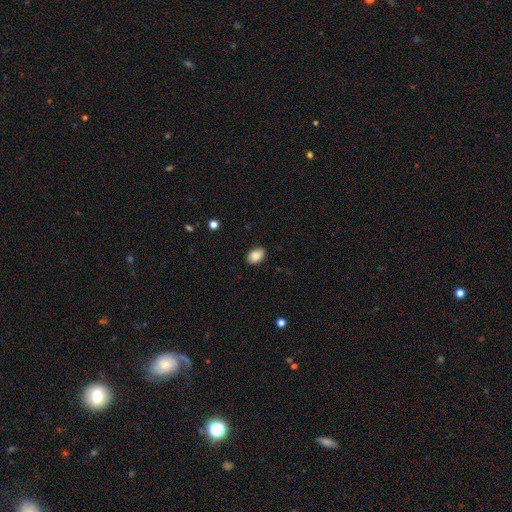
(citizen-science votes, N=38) Morphology: type=smooth (89%); roundness=in between (76%); merging=none (86%).